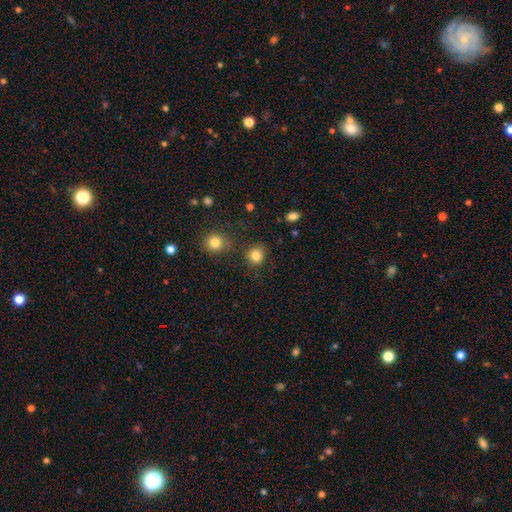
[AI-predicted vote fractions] Smooth or featured? Predicted: smooth (p=0.84). How rounded? Predicted: round (p=0.84). Merging? Predicted: none (p=0.85).